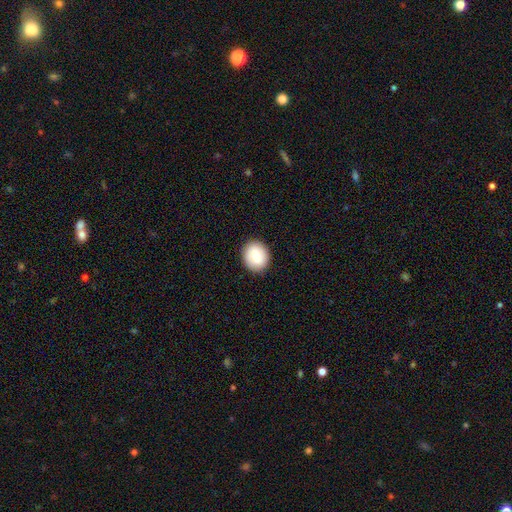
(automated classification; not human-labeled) smooth-or-featured: smooth: 78% | featured or disk: 14% | star or artifact: 8%
  how-rounded: round: 71% | in between: 28% | cigar-shaped: 1%
  merging: none: 90% | minor disturbance: 7% | major disturbance: 2% | merger: 1%